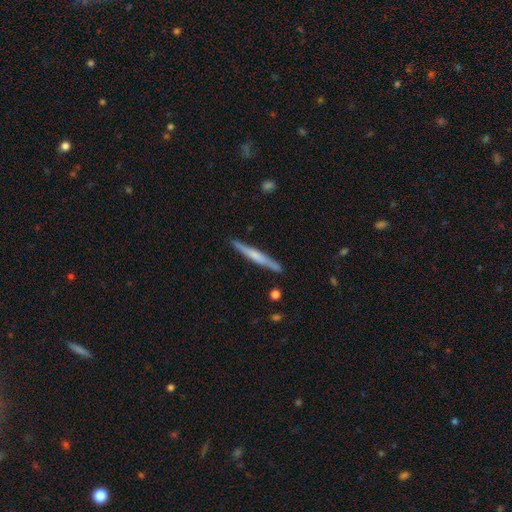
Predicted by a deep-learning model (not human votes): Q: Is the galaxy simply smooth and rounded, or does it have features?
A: featured or disk — 50%.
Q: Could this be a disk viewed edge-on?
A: yes — 96%.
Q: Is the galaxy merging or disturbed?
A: none — 88%.